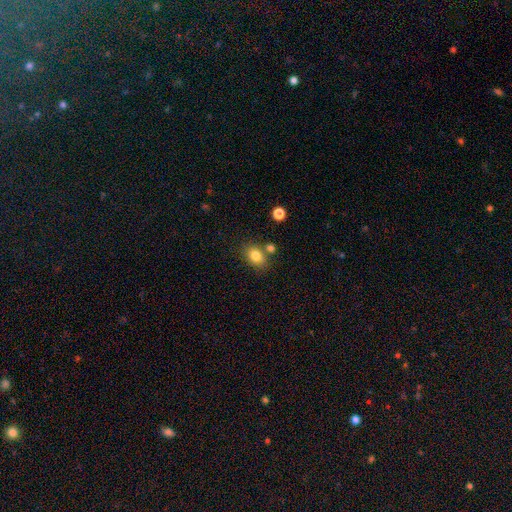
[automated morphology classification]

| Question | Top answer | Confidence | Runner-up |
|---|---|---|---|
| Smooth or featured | smooth | 82% | star or artifact (10%) |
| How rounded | in between | 61% | round (38%) |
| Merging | none | 72% | minor disturbance (13%) |